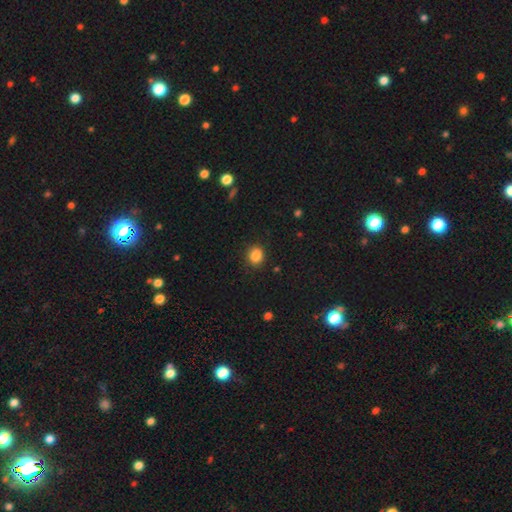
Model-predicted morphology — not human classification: Overall: smooth (86%). How rounded: round (69%; in between 30%). Merging: none (87%).